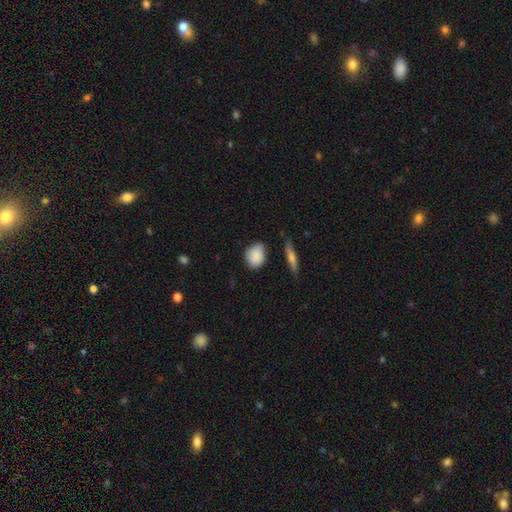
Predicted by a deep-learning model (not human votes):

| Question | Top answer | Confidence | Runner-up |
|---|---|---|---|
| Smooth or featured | smooth | 87% | star or artifact (7%) |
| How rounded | in between | 51% | round (47%) |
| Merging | none | 75% | minor disturbance (19%) |